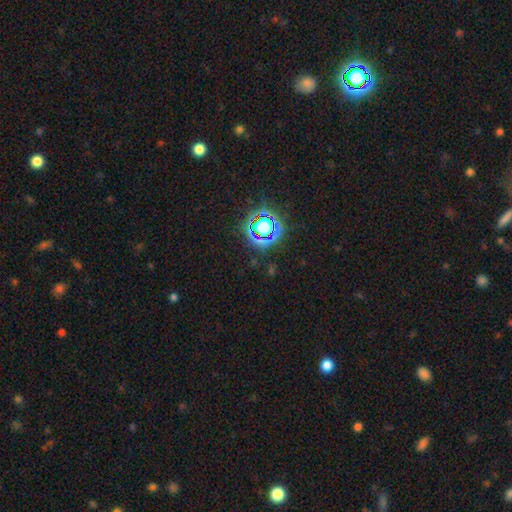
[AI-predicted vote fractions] Smooth or featured?
  - star or artifact: 77% *
  - smooth: 15%
  - featured or disk: 8%